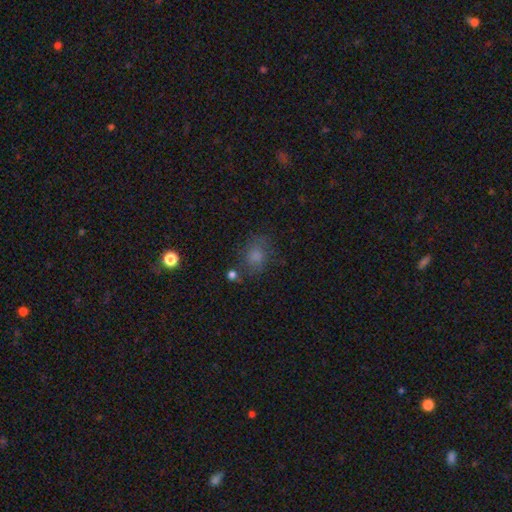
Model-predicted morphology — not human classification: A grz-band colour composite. It shows a smooth galaxy with no disk features (69%) that is round (57%). Merging: none (64%).